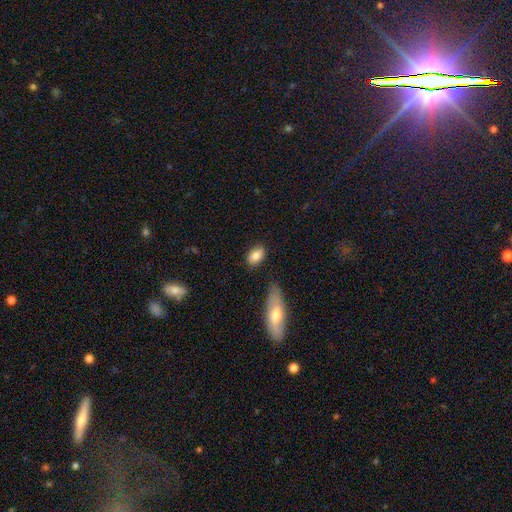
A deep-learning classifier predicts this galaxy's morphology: Smooth or featured: smooth — 84% (featured or disk — 9%)
How rounded: in between — 85% (round — 12%)
Merging: none — 80% (minor disturbance — 13%)